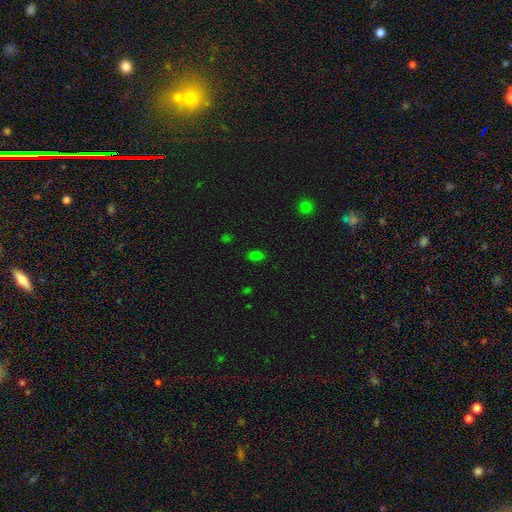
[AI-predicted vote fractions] Overall: smooth (74%). How rounded: in between (81%). Merging: none (85%).